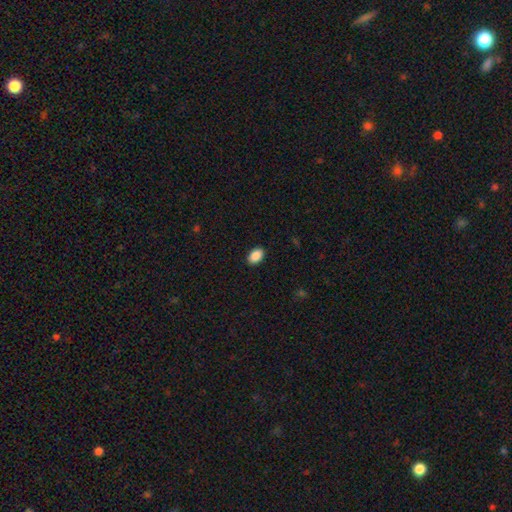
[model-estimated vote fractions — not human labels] smooth_or_featured: smooth (p=0.90) [alt: star or artifact p=0.07]
how_rounded: in between (p=0.89) [alt: round p=0.10]
merging: none (p=0.90) [alt: minor disturbance p=0.07]